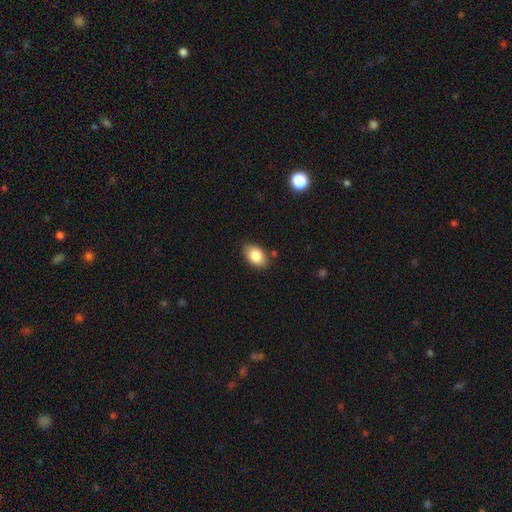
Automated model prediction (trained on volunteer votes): smooth_or_featured: smooth (p=0.84) [alt: featured or disk p=0.08]
how_rounded: in between (p=0.88) [alt: round p=0.10]
merging: none (p=0.84) [alt: minor disturbance p=0.11]